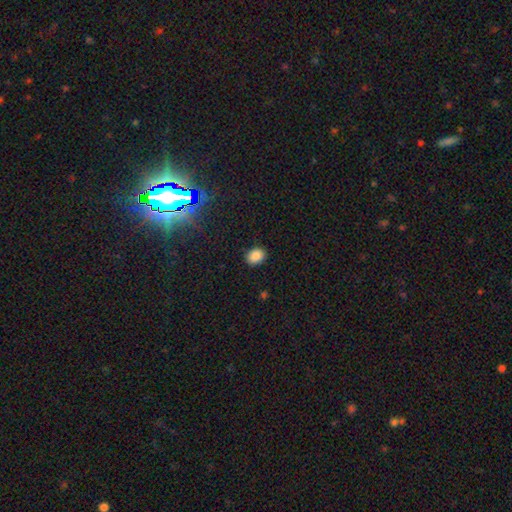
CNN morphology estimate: smooth 87%, star or artifact 10%, featured or disk 3%. Down the decision tree: how rounded — in between (60%); merging — none (88%).